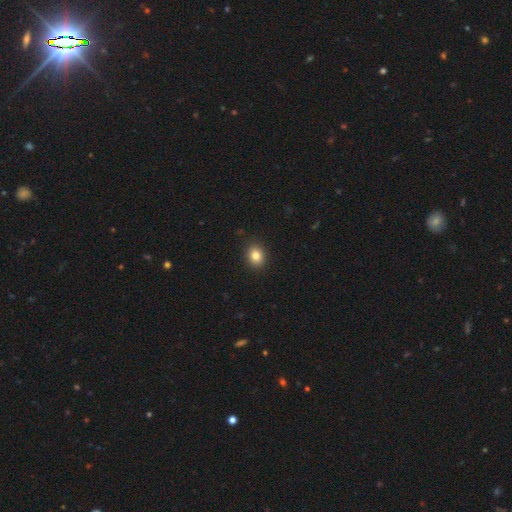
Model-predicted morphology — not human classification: type=smooth (83%); roundness=round (54%); merging=none (90%).